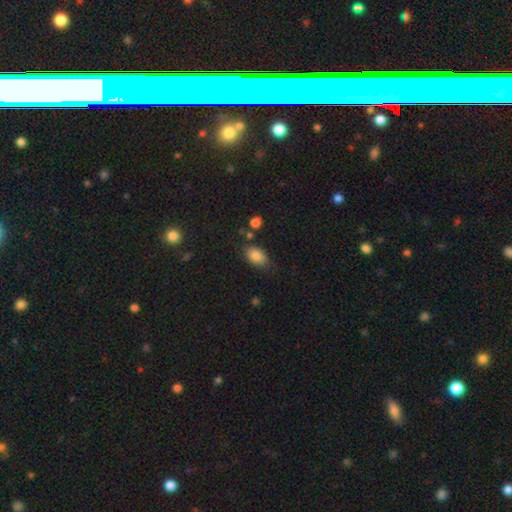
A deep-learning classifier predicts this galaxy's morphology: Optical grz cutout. It shows a smooth galaxy with no disk features (84%) that is in between round and cigar-shaped (89%). Merging: none (74%).